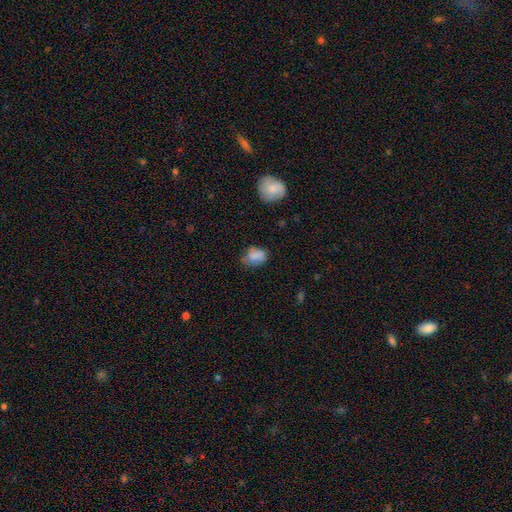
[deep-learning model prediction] Smooth or featured?
  - smooth: 78% *
  - featured or disk: 13%
  - star or artifact: 10%
How rounded?
  - in between: 70% *
  - round: 29%
  - cigar-shaped: 2%
Merging?
  - none: 50% *
  - minor disturbance: 34%
  - major disturbance: 12%
  - merger: 4%